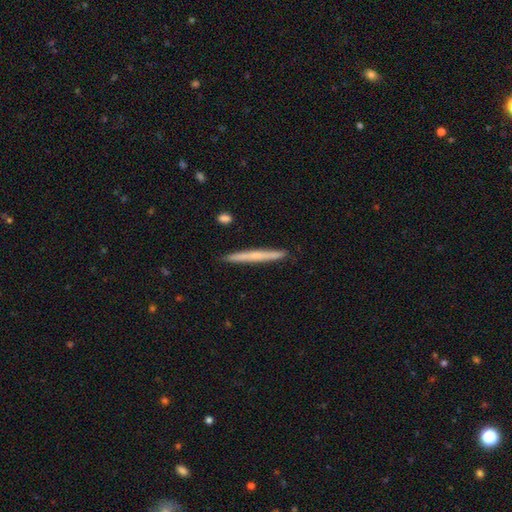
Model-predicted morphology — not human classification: Q: Smooth or featured?
A: smooth (51%); runner-up: featured or disk (43%)
Q: How rounded?
A: cigar-shaped (97%); runner-up: in between (2%)
Q: Merging?
A: none (92%); runner-up: minor disturbance (6%)